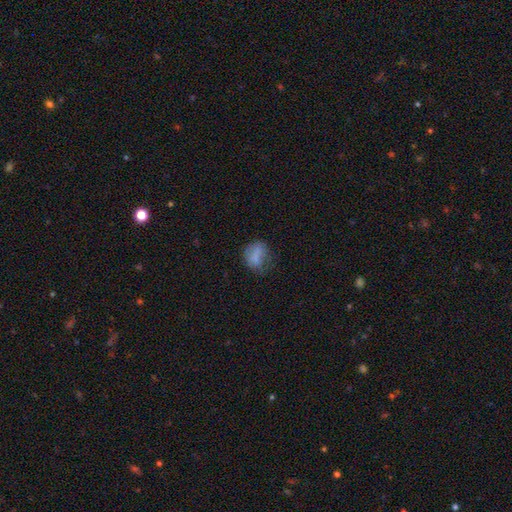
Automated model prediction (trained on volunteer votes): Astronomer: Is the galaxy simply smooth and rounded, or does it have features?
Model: smooth — 73%.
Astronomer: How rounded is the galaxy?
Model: round — 52% (runner-up: in between, 47%).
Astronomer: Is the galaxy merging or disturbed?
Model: none — 48% (runner-up: minor disturbance, 29%).